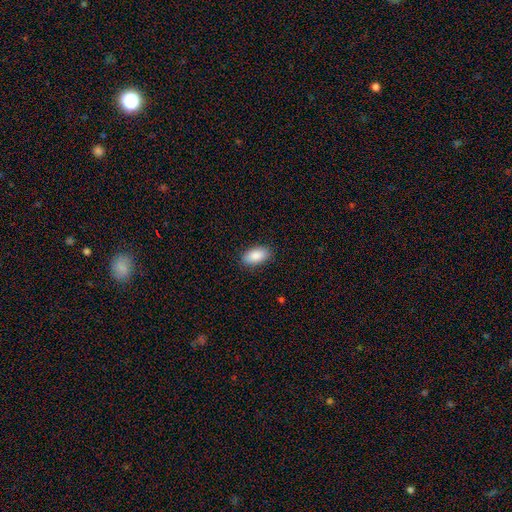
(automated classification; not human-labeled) Smooth or featured? smooth (89%)
How rounded? in between (94%)
Merging? none (87%)